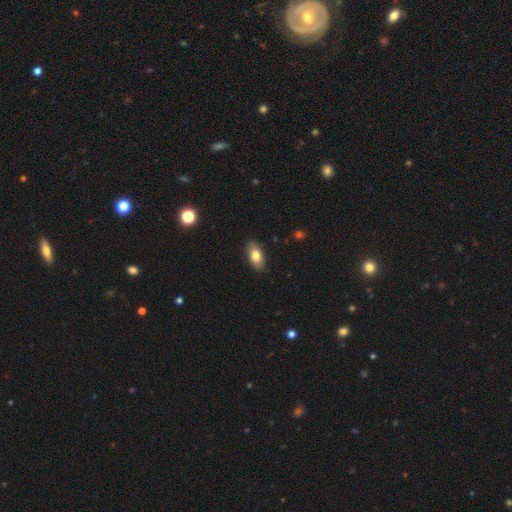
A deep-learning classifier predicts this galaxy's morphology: A smooth galaxy with no disk features (78%) that is in between round and cigar-shaped (90%). Merging: none (88%).